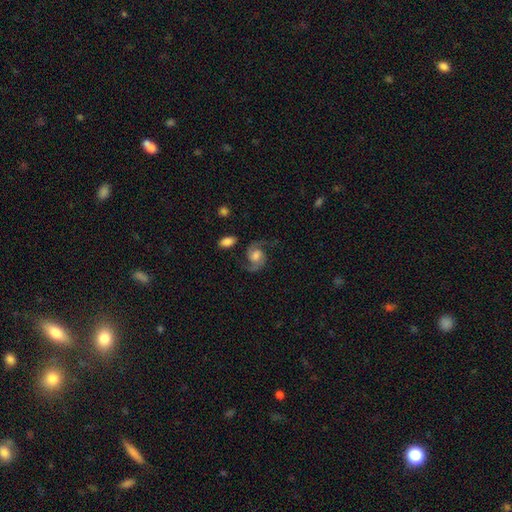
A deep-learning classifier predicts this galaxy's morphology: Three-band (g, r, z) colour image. It shows a featured or disk galaxy (87%) with no bar (57%), 2 (94%) medium (50%) spiral arms (98%) and a moderate central bulge (51%). Merging: none (76%).